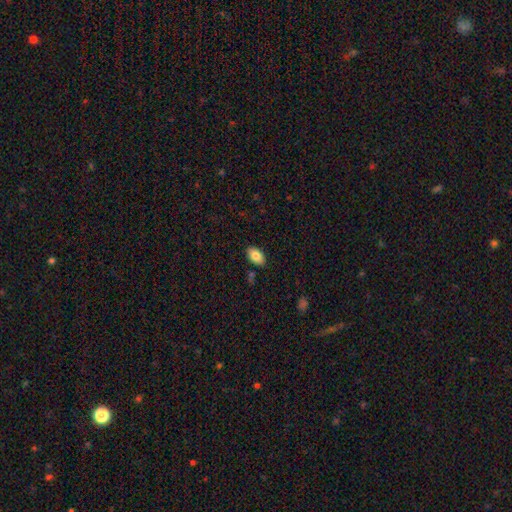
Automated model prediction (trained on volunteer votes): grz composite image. It shows a smooth galaxy with no disk features (84%) that is in between round and cigar-shaped (92%). Merging: none (87%).